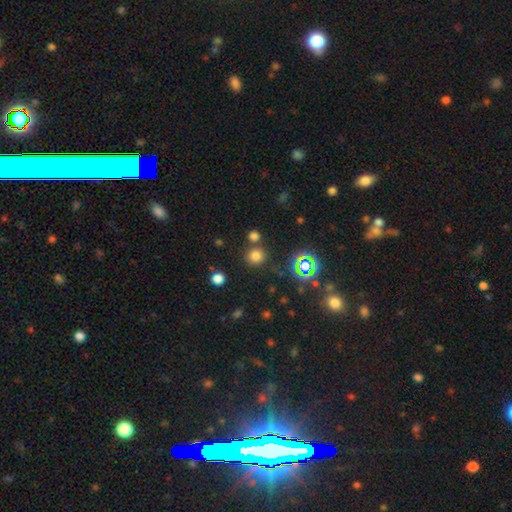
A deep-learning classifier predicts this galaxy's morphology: smooth_or_featured: smooth (p=0.72) [alt: star or artifact p=0.22]
how_rounded: round (p=0.91) [alt: in between p=0.08]
merging: none (p=0.76) [alt: merger p=0.13]